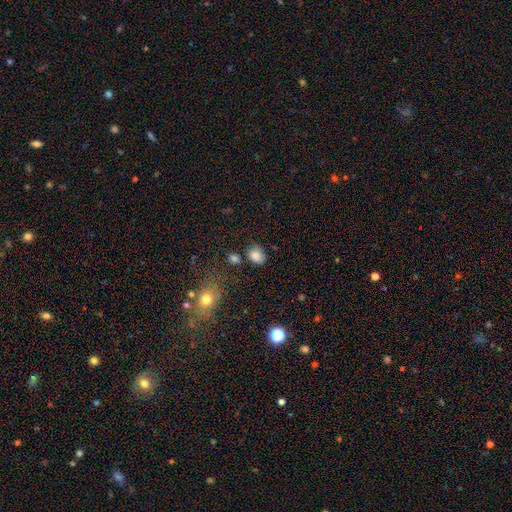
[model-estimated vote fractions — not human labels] Overall: smooth (82%). How rounded: in between (59%; round 40%). Merging: none (66%).